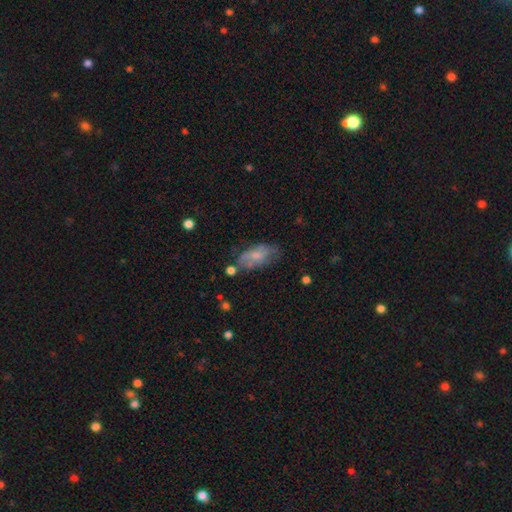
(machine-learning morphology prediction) smooth 54%, featured or disk 37%, star or artifact 8%. Down the decision tree: how rounded — in between (86%); merging — none (55%).